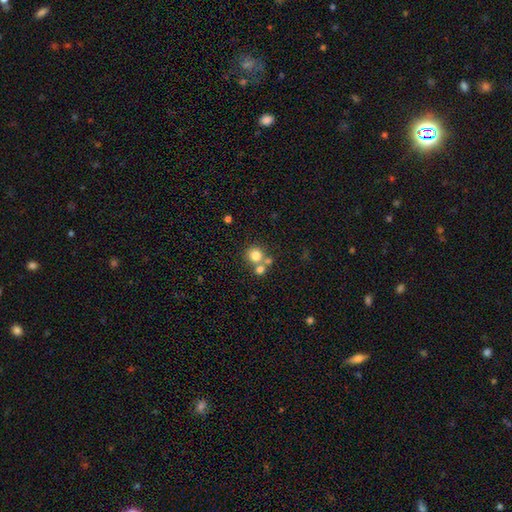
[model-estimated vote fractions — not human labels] The model was most divided on "merging": none: 54%, merger: 36%, minor disturbance: 6%, major disturbance: 3%. More confident: how rounded — round (90%); smooth or featured — smooth (77%).